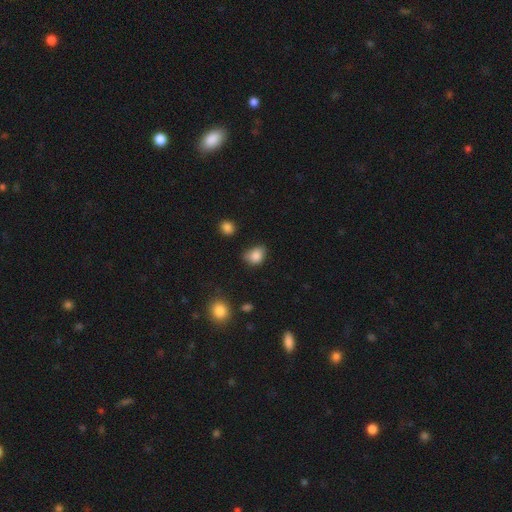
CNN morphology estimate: Overall: smooth (85%). How rounded: in between (58%; round 41%). Merging: none (54%; minor disturbance 35%).